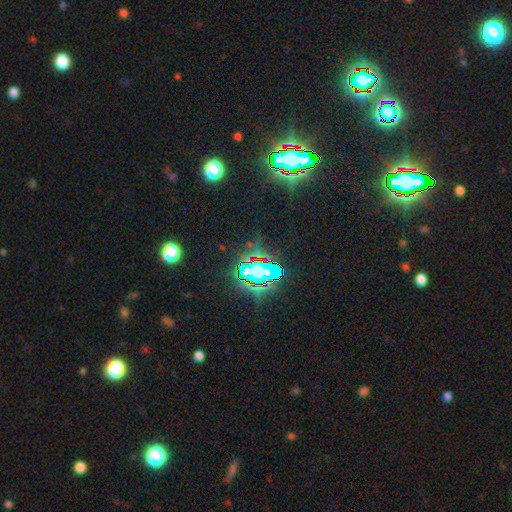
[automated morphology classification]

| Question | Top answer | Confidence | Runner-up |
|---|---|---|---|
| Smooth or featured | star or artifact | 82% | smooth (10%) |